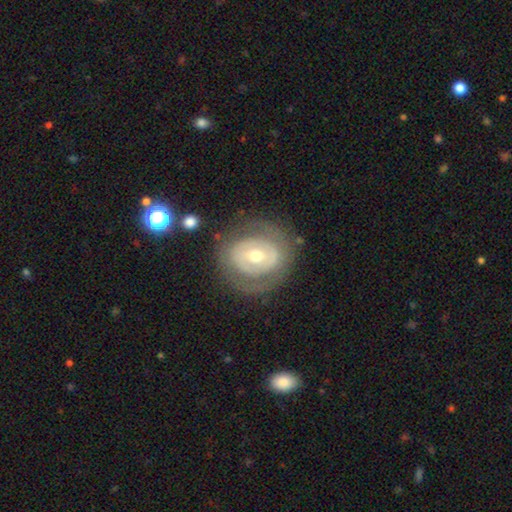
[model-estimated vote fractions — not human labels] This appears to be a featured or disk galaxy (63%) with no bar (58%), no spiral arms (69%) and a moderate central bulge (62%). Merging: none (74%).